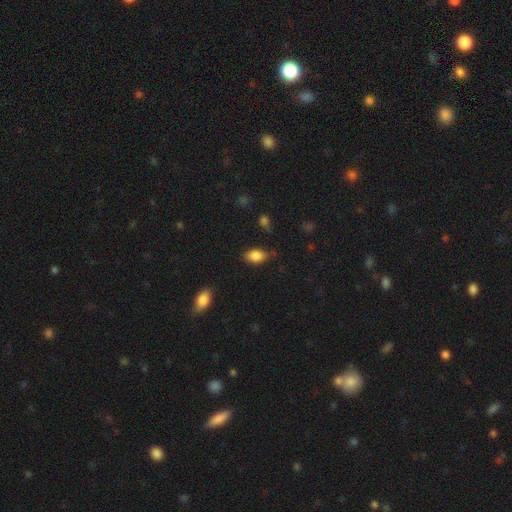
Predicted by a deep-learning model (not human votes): Overall: smooth (86%). How rounded: in between (89%). Merging: none (77%).